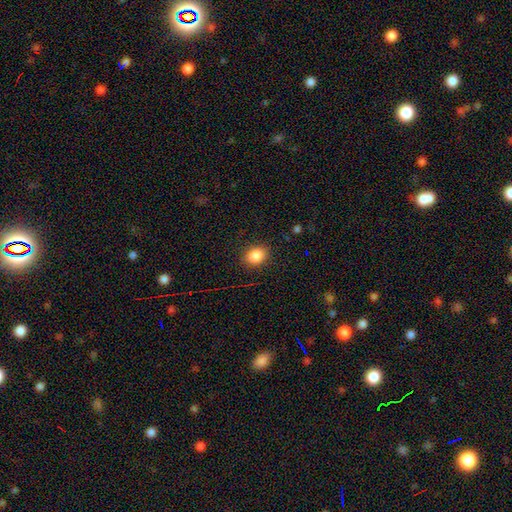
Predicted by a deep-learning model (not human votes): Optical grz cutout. It shows a smooth galaxy with no disk features (86%) that is round (51%). Merging: none (88%).